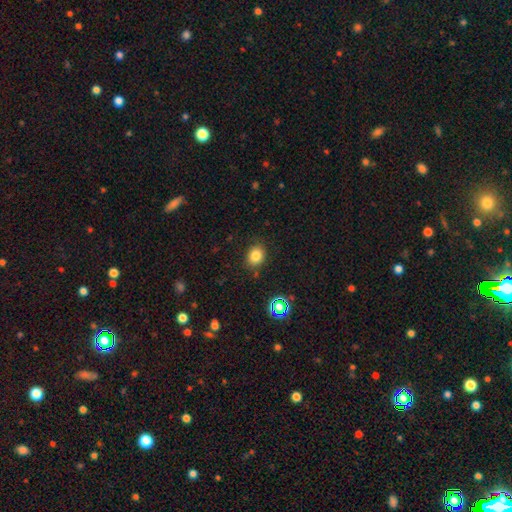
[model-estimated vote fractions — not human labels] Smooth or featured? smooth (82%)
How rounded? round (57%)
Merging? none (84%)